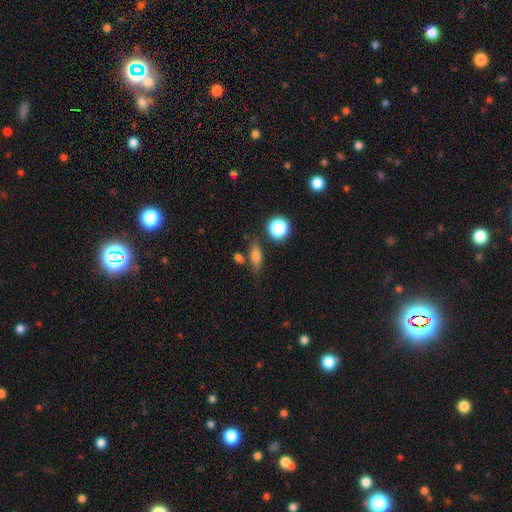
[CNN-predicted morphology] This is likely a smooth galaxy (73%). How rounded: likely in between (62%). Merging: likely none (69%).